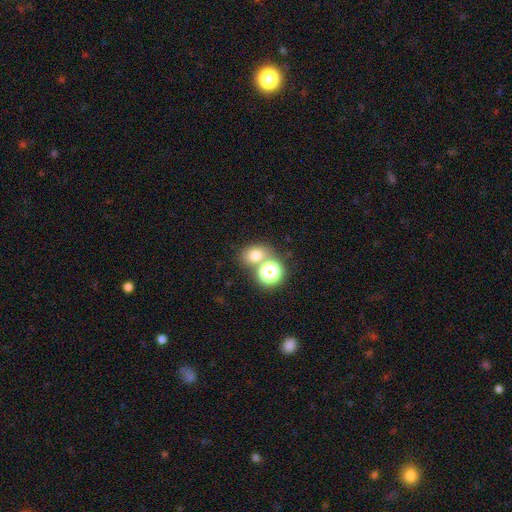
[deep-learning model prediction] Morphology: type=smooth (69%); roundness=round (57%); merging=none (58%).